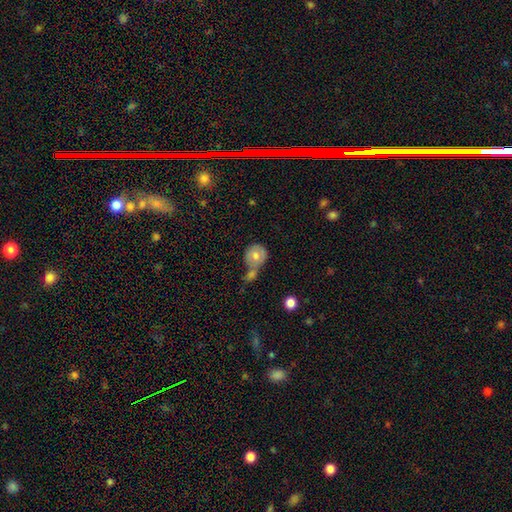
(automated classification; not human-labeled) Smooth or featured? Predicted: smooth (p=0.71). How rounded? Predicted: round (p=0.83). Merging? Predicted: merger (p=0.46).